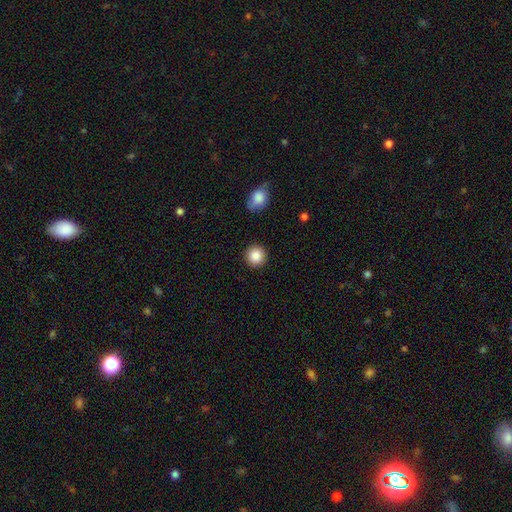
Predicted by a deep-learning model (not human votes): Smooth or featured? Predicted: smooth (p=0.88). How rounded? Predicted: round (p=0.94). Merging? Predicted: none (p=0.91).